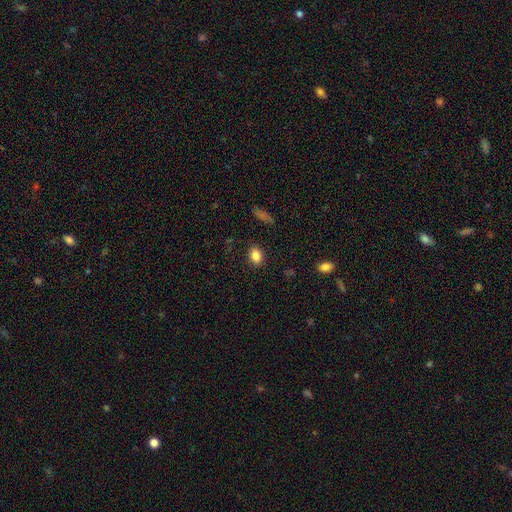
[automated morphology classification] smooth_or_featured: smooth (p=0.85) [alt: star or artifact p=0.10]
how_rounded: in between (p=0.72) [alt: round p=0.26]
merging: none (p=0.87) [alt: minor disturbance p=0.10]